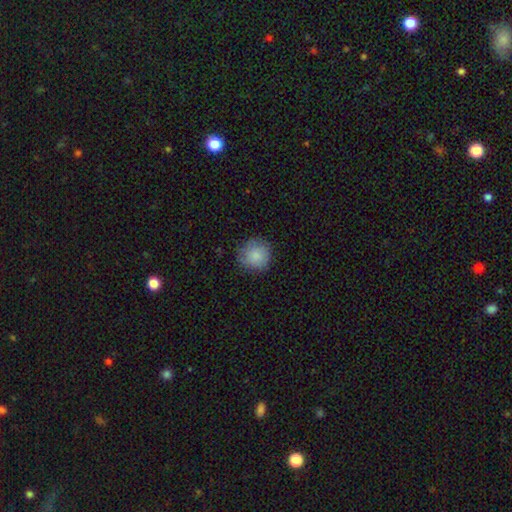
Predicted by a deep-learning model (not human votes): The model was most divided on "merging": none: 79%, minor disturbance: 16%, major disturbance: 4%, merger: 1%. More confident: how rounded — round (93%); smooth or featured — smooth (84%).